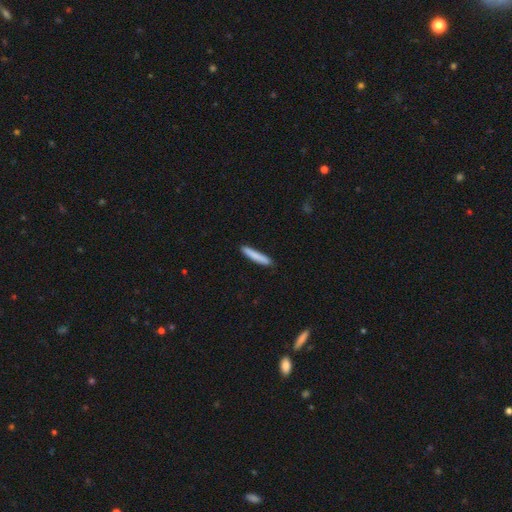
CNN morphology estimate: Smooth or featured? smooth (83%)
How rounded? cigar-shaped (94%)
Merging? none (89%)